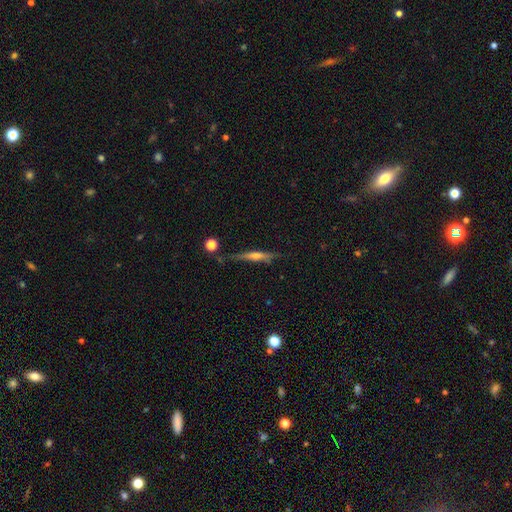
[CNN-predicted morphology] Q: Smooth or featured?
A: featured or disk (63%); runner-up: smooth (29%)
Q: Edge-on disk?
A: yes (95%); runner-up: no (5%)
Q: Edge-on bulge?
A: rounded (68%); runner-up: none (21%)
Q: Merging?
A: none (73%); runner-up: minor disturbance (18%)